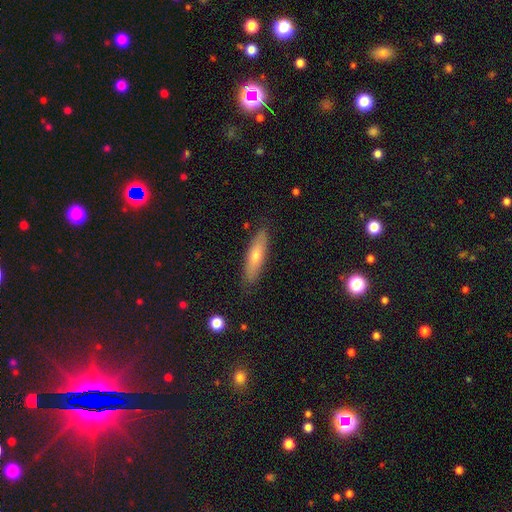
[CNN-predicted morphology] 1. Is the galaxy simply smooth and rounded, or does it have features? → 58% smooth, 35% featured or disk, 7% star or artifact.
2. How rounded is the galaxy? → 71% cigar-shaped, 27% in between, 2% round.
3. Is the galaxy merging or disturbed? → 86% none, 11% minor disturbance, 2% major disturbance, 1% merger.